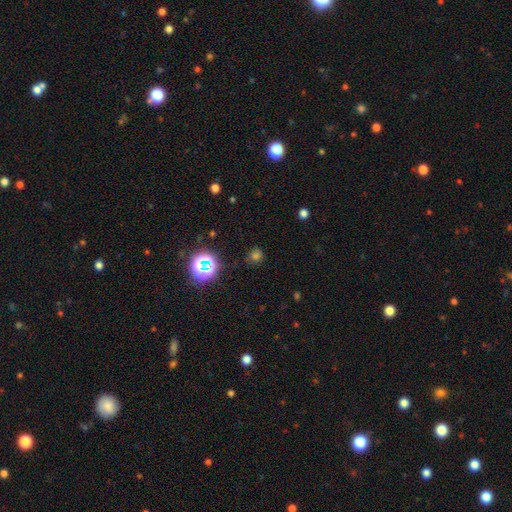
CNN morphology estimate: Smooth or featured?
  - smooth: 56% *
  - star or artifact: 37%
  - featured or disk: 7%
How rounded?
  - round: 76% *
  - in between: 23%
  - cigar-shaped: 1%
Merging?
  - none: 77% *
  - minor disturbance: 15%
  - major disturbance: 5%
  - merger: 3%